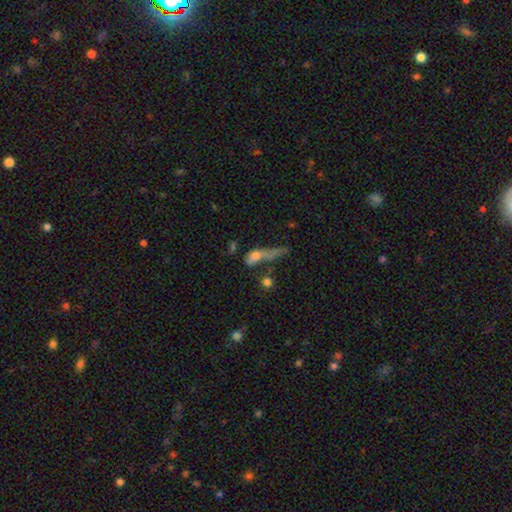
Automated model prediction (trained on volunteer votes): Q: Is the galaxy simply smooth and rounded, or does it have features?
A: smooth — 55%.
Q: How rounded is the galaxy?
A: in between — 42%, tied with cigar-shaped.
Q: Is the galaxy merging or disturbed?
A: major disturbance — 38%.